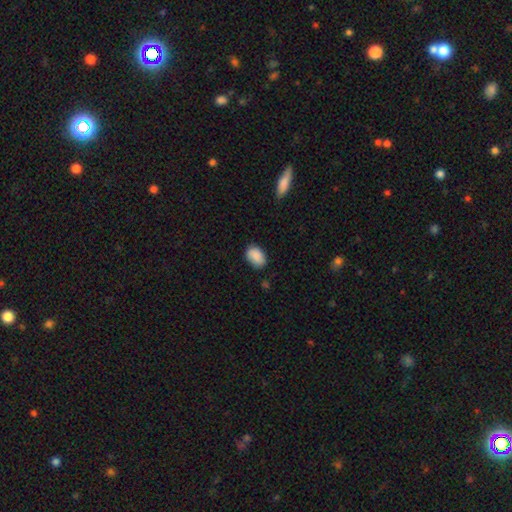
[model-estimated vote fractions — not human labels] Smooth or featured? Predicted: smooth (p=0.89). How rounded? Predicted: in between (p=0.83). Merging? Predicted: none (p=0.81).